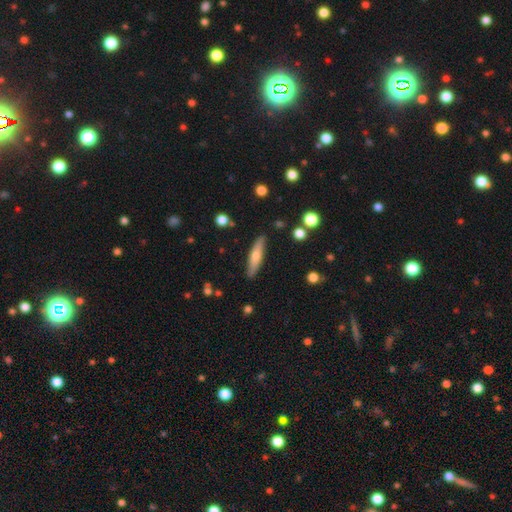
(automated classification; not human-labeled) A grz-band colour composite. It shows a smooth galaxy with no disk features (59%) that is cigar-shaped (79%). Merging: none (86%).